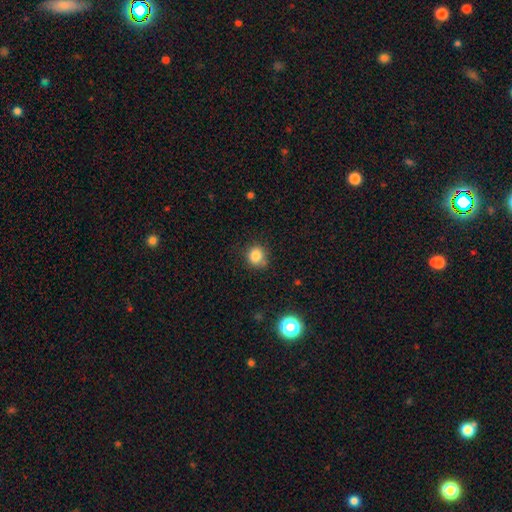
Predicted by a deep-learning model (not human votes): Overall: smooth (83%). How rounded: round (84%). Merging: none (74%).